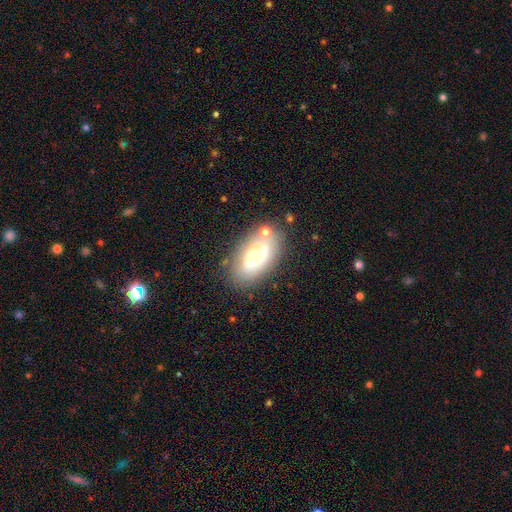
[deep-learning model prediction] Smooth or featured?
  - smooth: 49% *
  - featured or disk: 40%
  - star or artifact: 11%
Merging?
  - none: 70% *
  - minor disturbance: 16%
  - merger: 8%
  - major disturbance: 6%